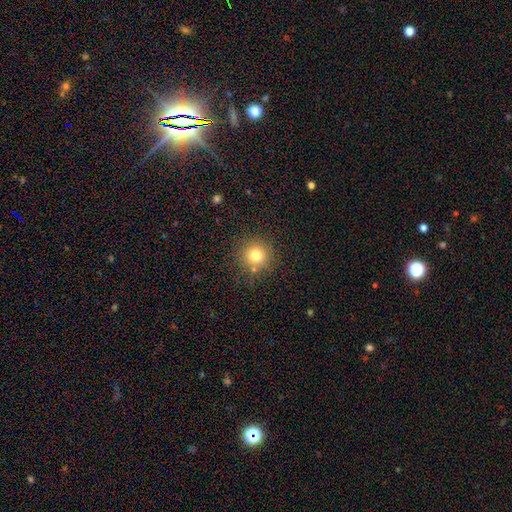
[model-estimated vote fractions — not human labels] Overall: smooth (77%). How rounded: round (95%). Merging: none (83%).